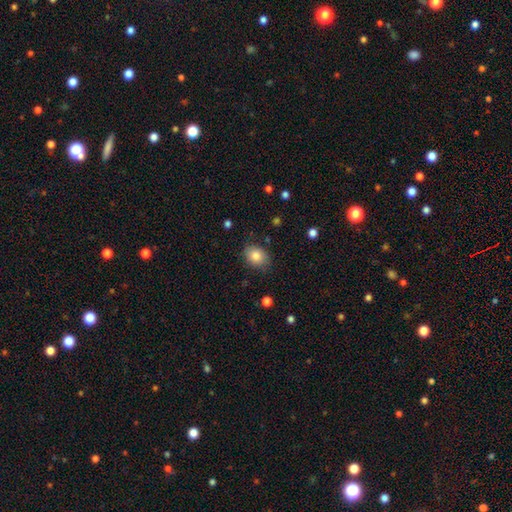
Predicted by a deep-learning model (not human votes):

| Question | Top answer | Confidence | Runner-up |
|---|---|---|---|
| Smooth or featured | smooth | 83% | star or artifact (9%) |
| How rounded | in between | 63% | round (36%) |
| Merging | none | 79% | minor disturbance (16%) |